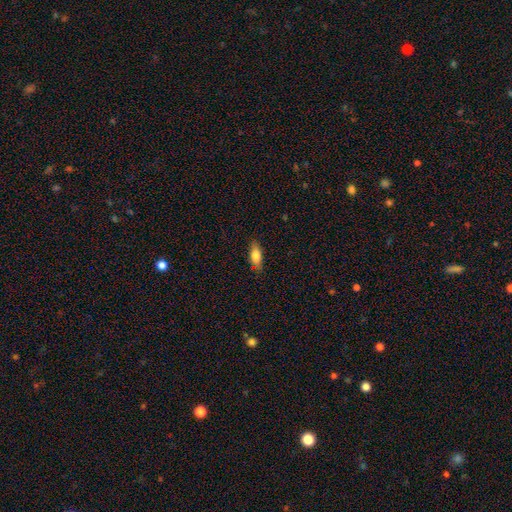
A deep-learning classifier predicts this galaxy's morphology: smooth_or_featured: smooth (p=0.76) [alt: featured or disk p=0.16]
how_rounded: in between (p=0.75) [alt: cigar-shaped p=0.22]
merging: none (p=0.80) [alt: minor disturbance p=0.16]